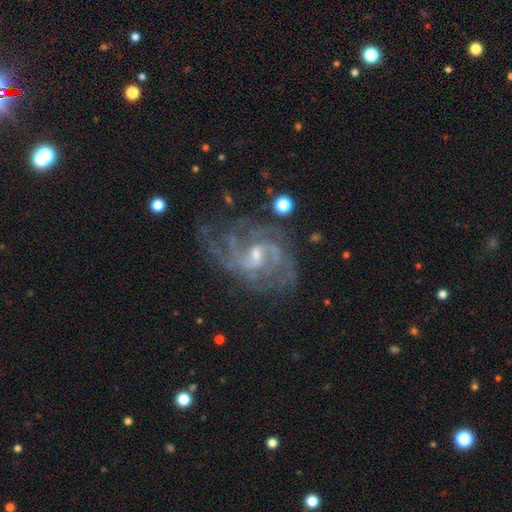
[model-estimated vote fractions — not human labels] featured or disk 90%, star or artifact 6%, smooth 4%. Down the decision tree: edge-on disk — no (98%); bar — weak (59%); spiral arms — yes (96%); spiral arm count — 2 (47%); spiral winding — medium (53%); bulge size — small (58%); merging — none (63%).